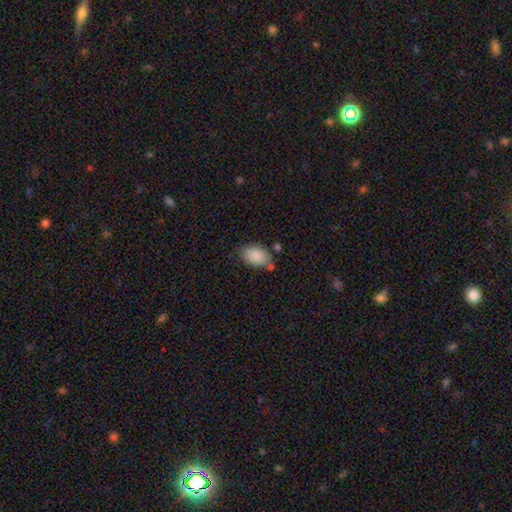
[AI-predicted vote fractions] Smooth or featured? Predicted: smooth (p=0.88). How rounded? Predicted: in between (p=0.91). Merging? Predicted: none (p=0.69).